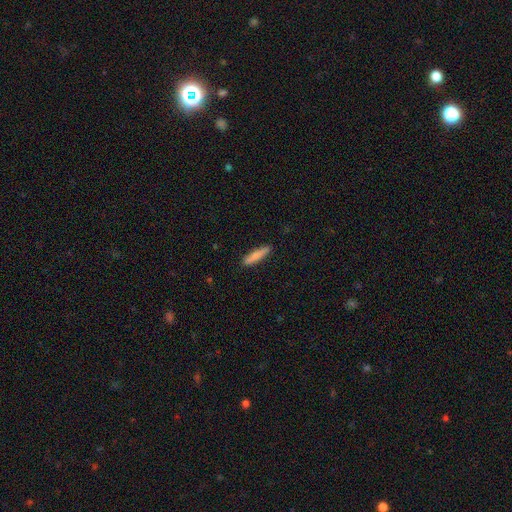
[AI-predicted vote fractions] A smooth galaxy with no disk features (80%) that is cigar-shaped (87%). Merging: none (89%).